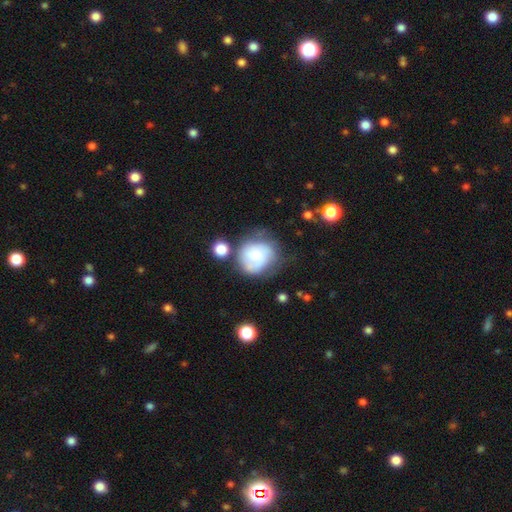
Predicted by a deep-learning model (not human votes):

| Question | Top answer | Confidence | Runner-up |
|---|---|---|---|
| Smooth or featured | smooth | 52% | featured or disk (40%) |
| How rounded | round | 76% | in between (24%) |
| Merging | none | 44% | minor disturbance (26%) |